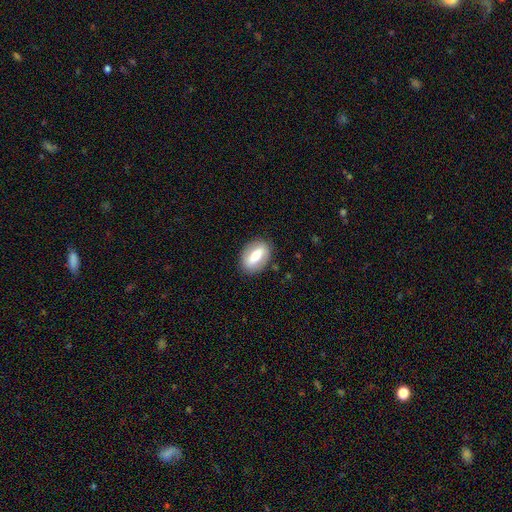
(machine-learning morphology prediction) This appears to be a smooth galaxy with no disk features (59%) that is in between round and cigar-shaped (85%). Merging: none (84%).